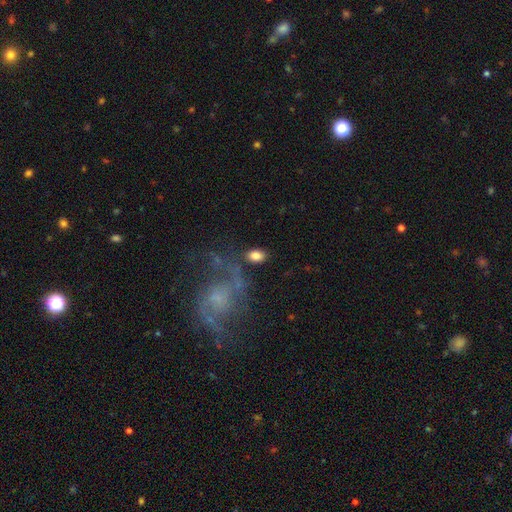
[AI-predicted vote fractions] A smooth galaxy with no disk features (81%) that is in between round and cigar-shaped (86%).

Vote fractions:
- Smooth or featured? smooth: 81% / featured or disk: 11% / star or artifact: 8%
- How rounded? in between: 86% / round: 12% / cigar-shaped: 2%
- Merging? none: 76% / minor disturbance: 12% / merger: 6% / major disturbance: 6%